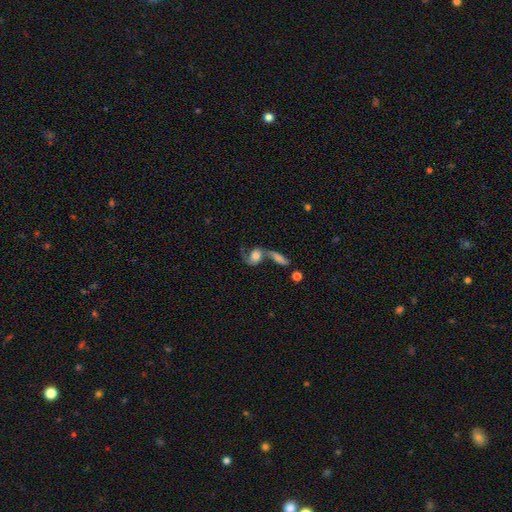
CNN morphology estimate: This is possibly a featured or disk galaxy (59%). It is clearly not viewed edge-on (94%). Bar: likely no (69%). Spiral arm pattern: clearly yes (86%). Central bulge: marginally moderate (36%, tied with large). Merging: possibly merger (53%).